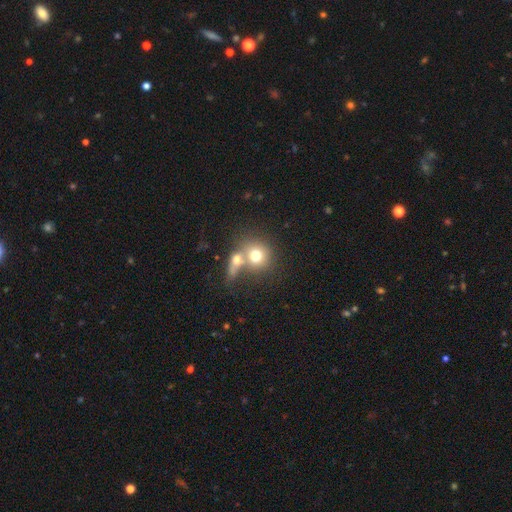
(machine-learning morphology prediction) This appears to be a smooth galaxy with no disk features (72%) that is round (79%). Merging: merger (57%).